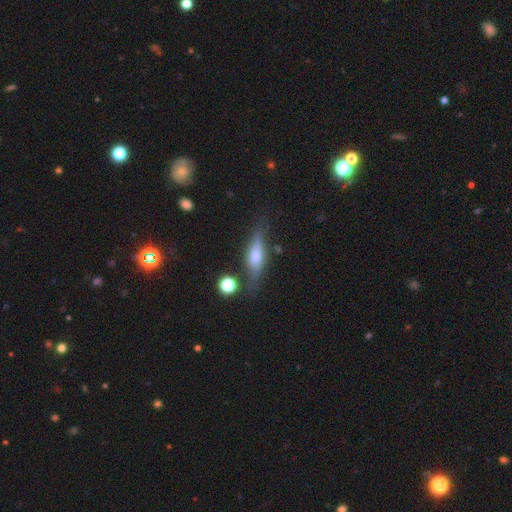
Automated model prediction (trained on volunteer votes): Q: Smooth or featured?
A: smooth (46%); runner-up: featured or disk (45%)
Q: Merging?
A: none (68%); runner-up: minor disturbance (20%)